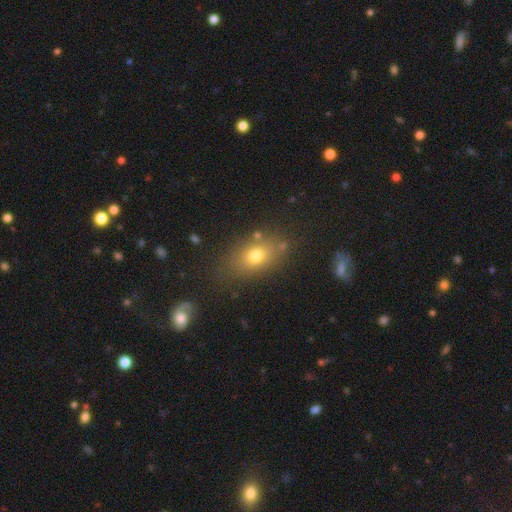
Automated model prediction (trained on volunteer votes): Smooth or featured?
  - smooth: 71% *
  - star or artifact: 14%
  - featured or disk: 14%
How rounded?
  - in between: 75% *
  - round: 21%
  - cigar-shaped: 4%
Merging?
  - none: 76% *
  - minor disturbance: 14%
  - merger: 5%
  - major disturbance: 5%